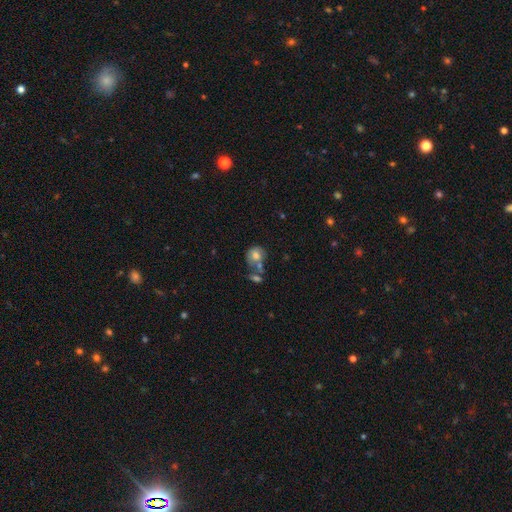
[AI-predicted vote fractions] The model was most divided on "merging": merger: 37%, none: 32%, minor disturbance: 18%, major disturbance: 13%. More confident: smooth or featured — smooth (68%); how rounded — round (63%).